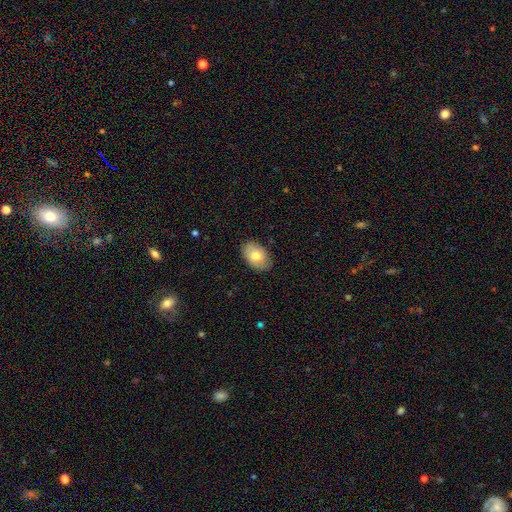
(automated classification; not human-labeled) This is likely a smooth galaxy (73%). How rounded: clearly in between (90%). Merging: clearly none (84%).